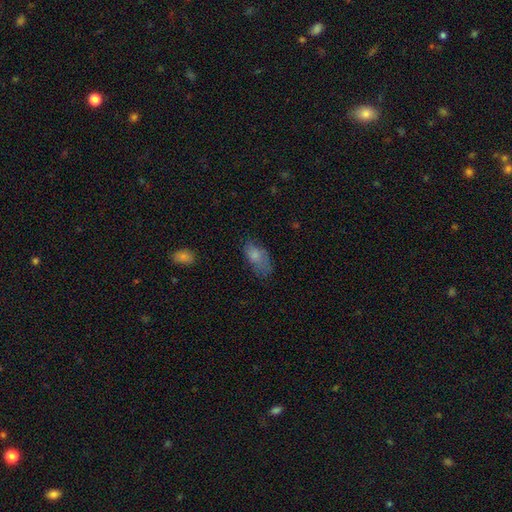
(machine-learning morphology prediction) type=smooth (75%); roundness=in between (90%); merging=none (47%).